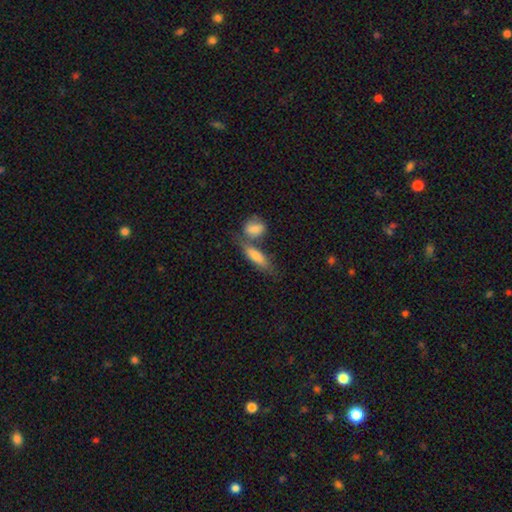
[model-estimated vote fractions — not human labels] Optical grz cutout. It shows a smooth galaxy with no disk features (74%) that is cigar-shaped (49%). Merging: none (46%).